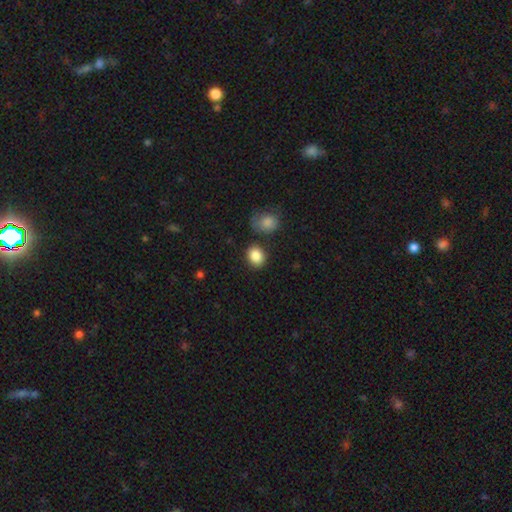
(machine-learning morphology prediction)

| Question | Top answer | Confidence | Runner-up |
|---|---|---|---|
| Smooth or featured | smooth | 87% | star or artifact (9%) |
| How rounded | round | 65% | in between (34%) |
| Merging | none | 80% | minor disturbance (10%) |